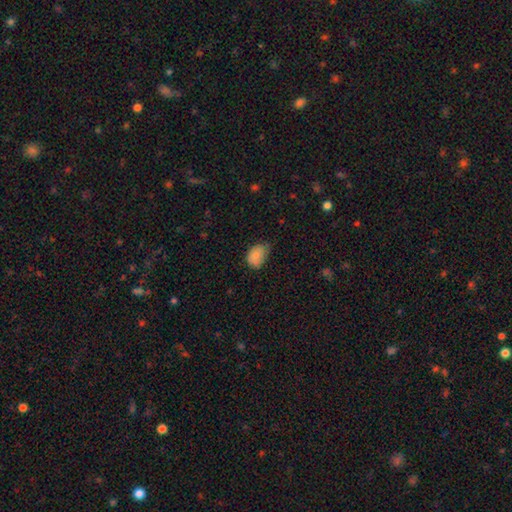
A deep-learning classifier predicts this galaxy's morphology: smooth_or_featured: smooth (p=0.84) [alt: star or artifact p=0.08]
how_rounded: in between (p=0.84) [alt: round p=0.15]
merging: none (p=0.47) [alt: minor disturbance p=0.43]